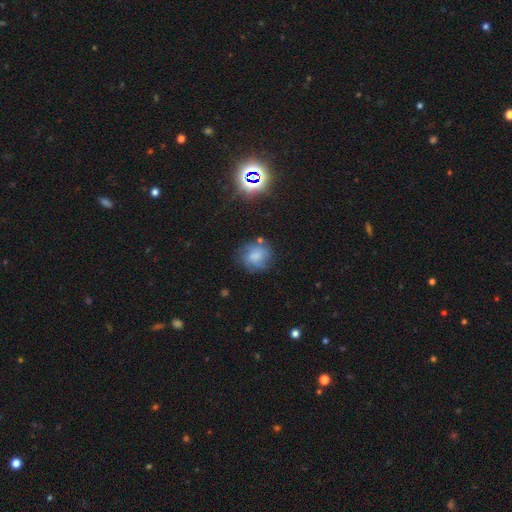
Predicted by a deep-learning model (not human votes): smooth_or_featured: smooth (p=0.59) [alt: featured or disk p=0.28]
how_rounded: round (p=0.75) [alt: in between p=0.24]
merging: none (p=0.65) [alt: minor disturbance p=0.21]